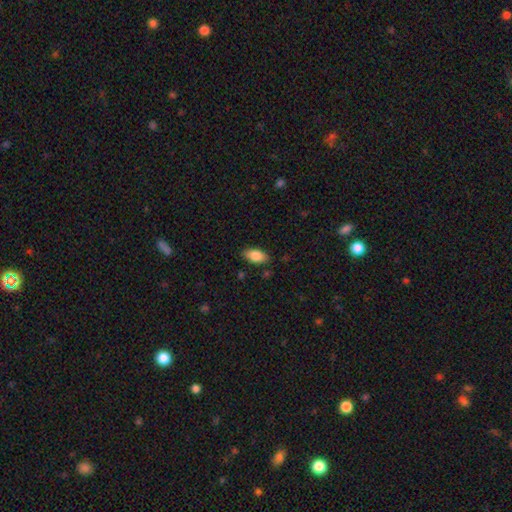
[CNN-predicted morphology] Smooth or featured? smooth (83%)
How rounded? in between (91%)
Merging? none (85%)